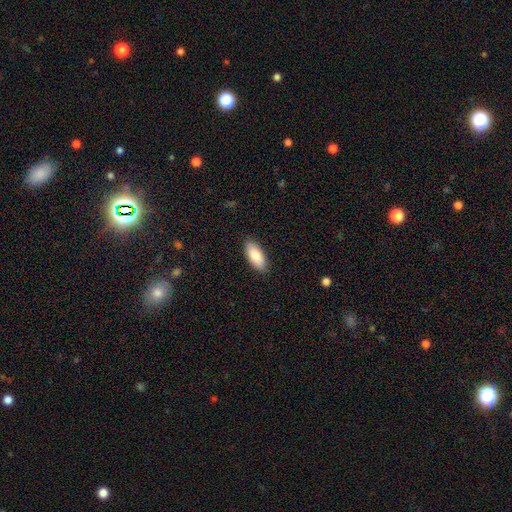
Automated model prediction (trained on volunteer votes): A smooth galaxy with no disk features (84%) that is in between round and cigar-shaped (83%). Merging: none (88%).